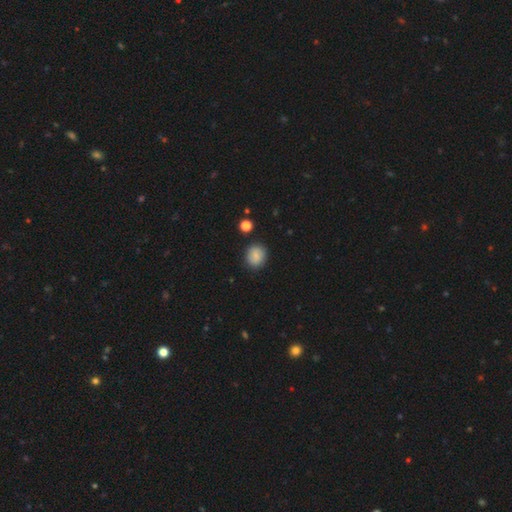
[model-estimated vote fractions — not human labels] This appears to be a smooth galaxy with no disk features (84%) that is round (74%). Merging: none (85%).